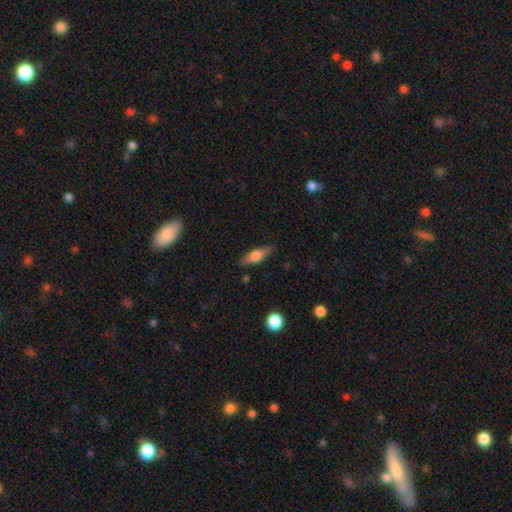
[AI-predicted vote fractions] smooth 57%, featured or disk 36%, star or artifact 7%. Down the decision tree: how rounded — in between (54%); merging — none (84%).